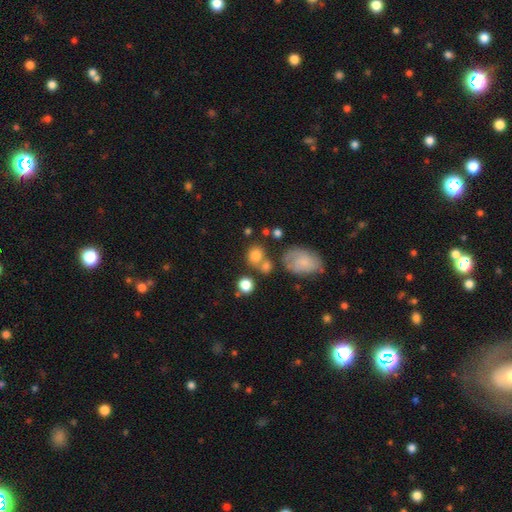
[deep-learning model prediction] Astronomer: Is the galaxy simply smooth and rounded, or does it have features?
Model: smooth — 78%.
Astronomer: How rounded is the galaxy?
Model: round — 66%.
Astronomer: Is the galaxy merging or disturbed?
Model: none — 52% (runner-up: merger, 27%).